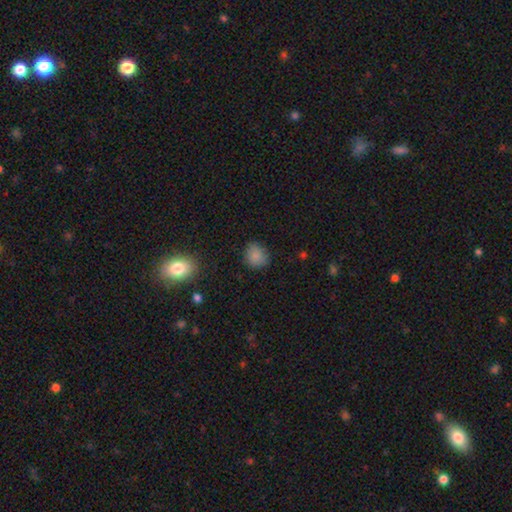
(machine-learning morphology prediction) A smooth galaxy with no disk features (83%) that is round (79%). Merging: none (82%).